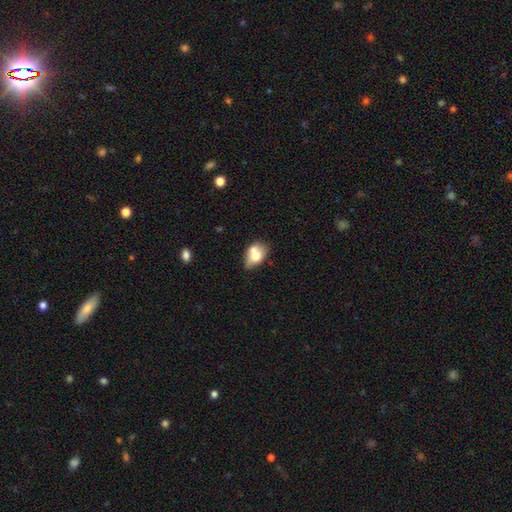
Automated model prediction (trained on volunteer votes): Smooth or featured? Predicted: smooth (p=0.66). How rounded? Predicted: in between (p=0.75). Merging? Predicted: merger (p=0.40).